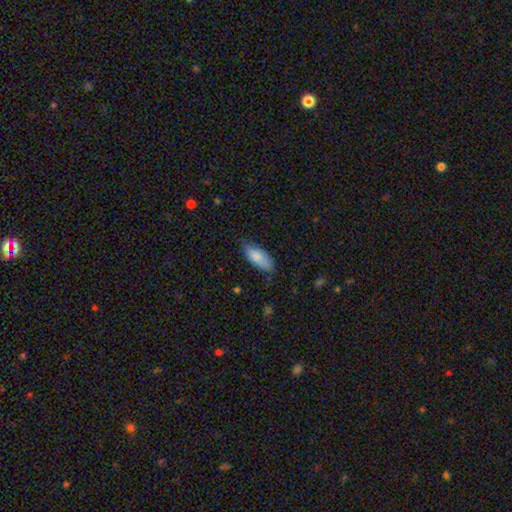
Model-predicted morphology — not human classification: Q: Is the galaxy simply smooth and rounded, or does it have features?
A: smooth — 83%.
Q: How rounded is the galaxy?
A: in between — 83%.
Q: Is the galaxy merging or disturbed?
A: none — 71%.